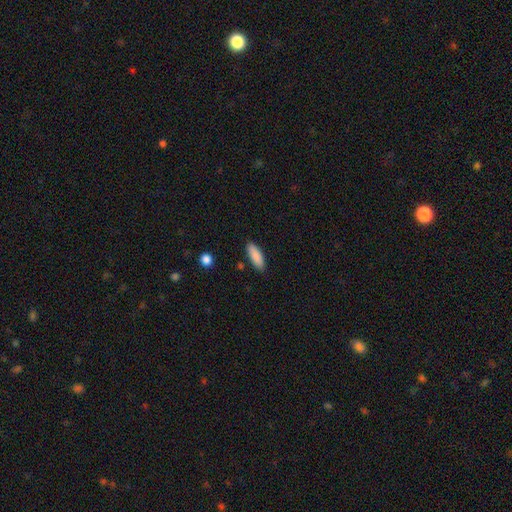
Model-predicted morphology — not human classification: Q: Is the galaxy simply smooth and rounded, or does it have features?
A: smooth — 89%.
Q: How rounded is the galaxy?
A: in between — 63%.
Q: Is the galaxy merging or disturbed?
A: none — 87%.